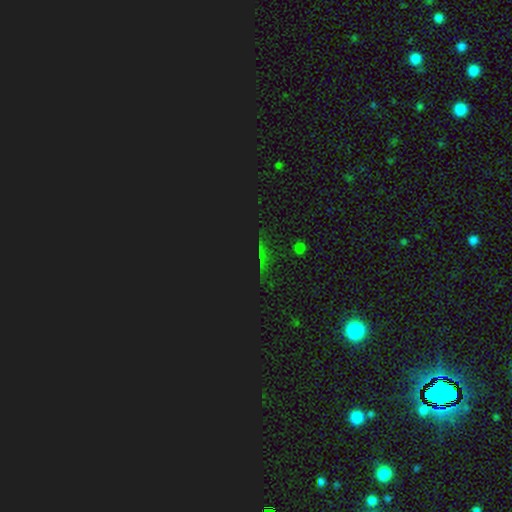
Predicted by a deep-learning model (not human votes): smooth-or-featured: star or artifact: 72% | smooth: 18% | featured or disk: 11%